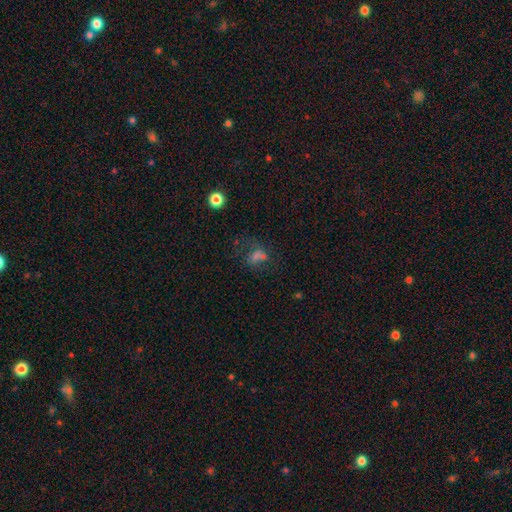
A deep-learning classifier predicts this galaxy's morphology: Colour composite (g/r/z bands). It shows a smooth galaxy with no disk features (49%). Merging: none (39%).